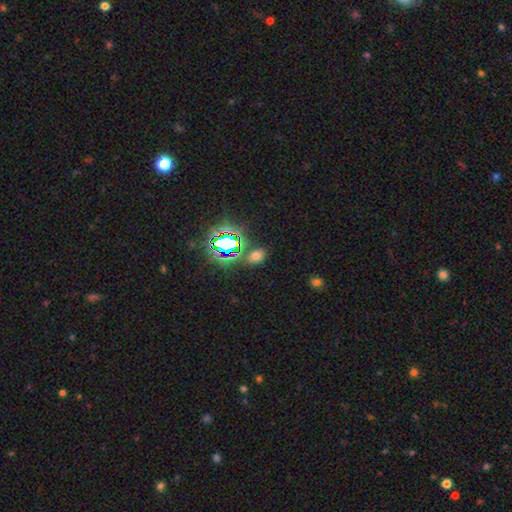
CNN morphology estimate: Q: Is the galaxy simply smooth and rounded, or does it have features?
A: smooth — 54%.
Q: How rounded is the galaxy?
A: in between — 73%.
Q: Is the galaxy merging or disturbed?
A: none — 77%.